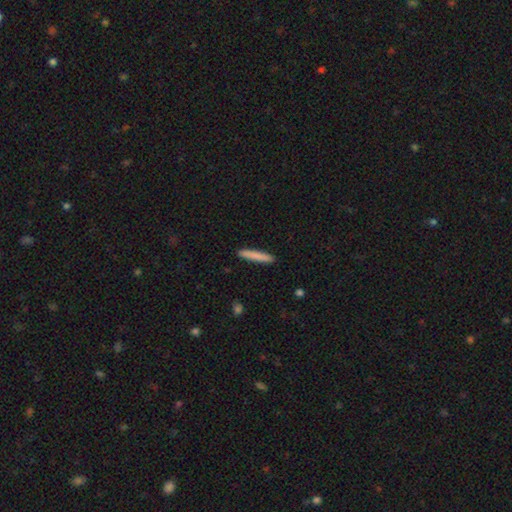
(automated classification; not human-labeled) Smooth or featured? Predicted: smooth (p=0.82). How rounded? Predicted: cigar-shaped (p=0.95). Merging? Predicted: none (p=0.91).